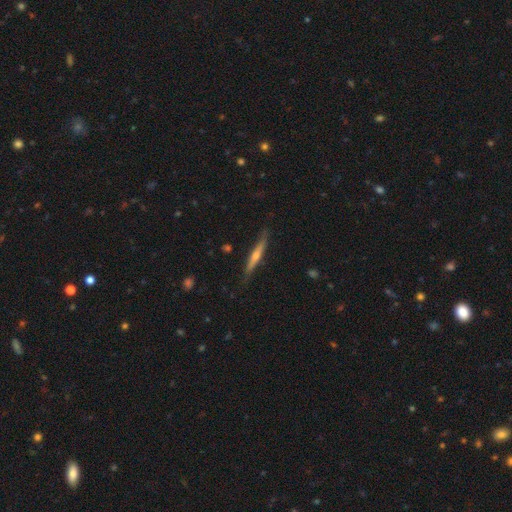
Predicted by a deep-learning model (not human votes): The model was most divided on "smooth or featured": featured or disk: 70%, smooth: 24%, star or artifact: 6%. More confident: edge-on disk — yes (96%); merging — none (84%); edge-on bulge — rounded (81%).